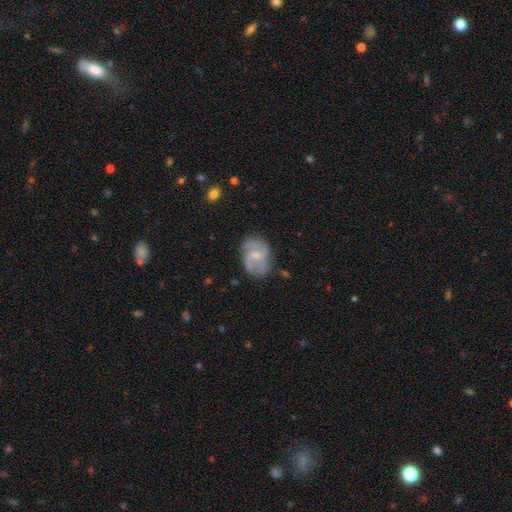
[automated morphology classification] A featured or disk galaxy (67%) with a weak bar (49%), 2 (62%) medium (44%) spiral arms (82%) and a small central bulge (51%). Merging: none (60%).